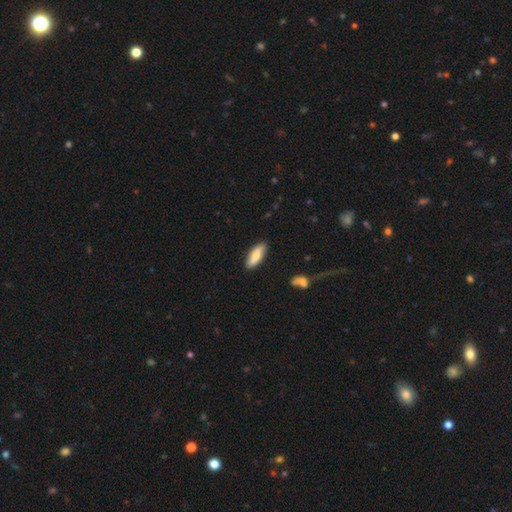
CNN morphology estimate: Smooth or featured? Predicted: smooth (p=0.74). How rounded? Predicted: in between (p=0.60). Merging? Predicted: none (p=0.85).